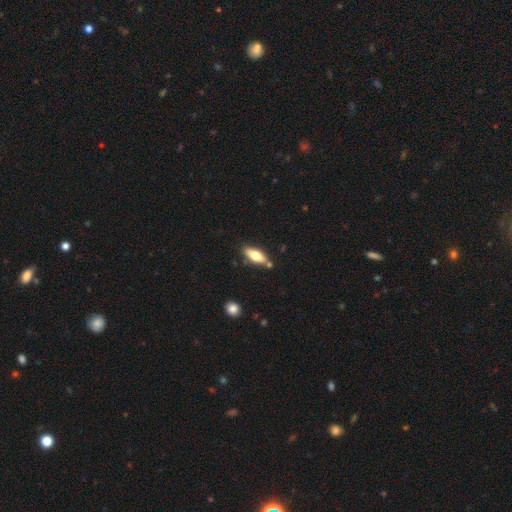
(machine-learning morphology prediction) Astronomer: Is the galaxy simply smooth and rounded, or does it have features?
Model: smooth — 65%.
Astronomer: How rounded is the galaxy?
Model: in between — 68%.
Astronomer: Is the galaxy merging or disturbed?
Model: none — 75%.